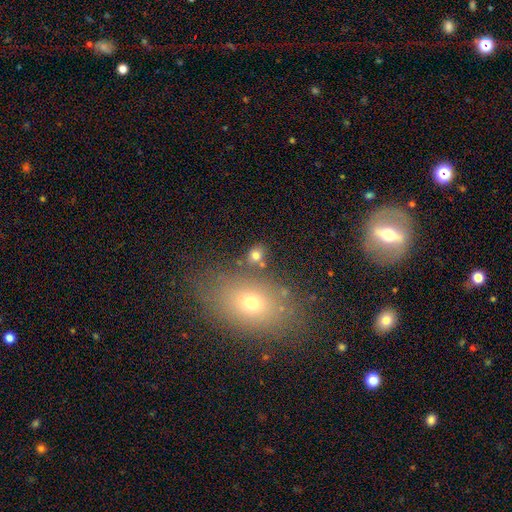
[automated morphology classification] Smooth or featured? Predicted: smooth (p=0.74). How rounded? Predicted: in between (p=0.53). Merging? Predicted: none (p=0.71).